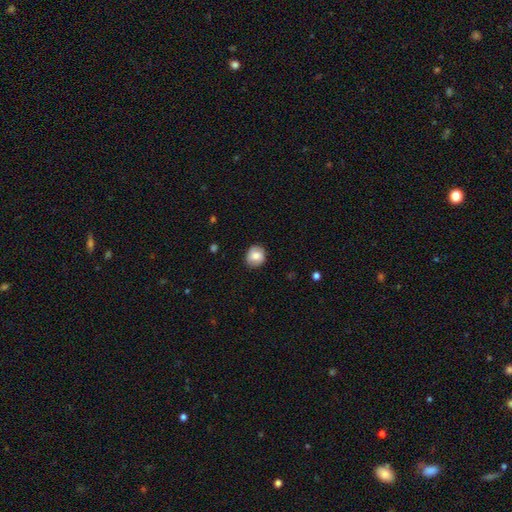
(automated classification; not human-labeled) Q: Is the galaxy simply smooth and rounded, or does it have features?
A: smooth — 78%.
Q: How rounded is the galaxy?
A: round — 81%.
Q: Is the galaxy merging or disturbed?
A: none — 85%.